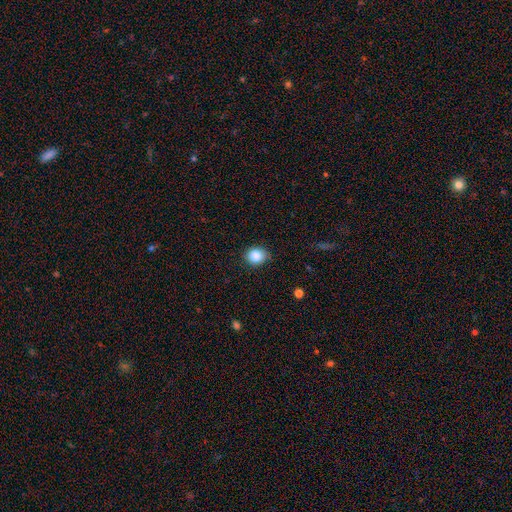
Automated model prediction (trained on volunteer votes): The model was most divided on "how rounded": round: 67%, in between: 32%, cigar-shaped: 1%. More confident: smooth or featured — smooth (85%); merging — none (82%).